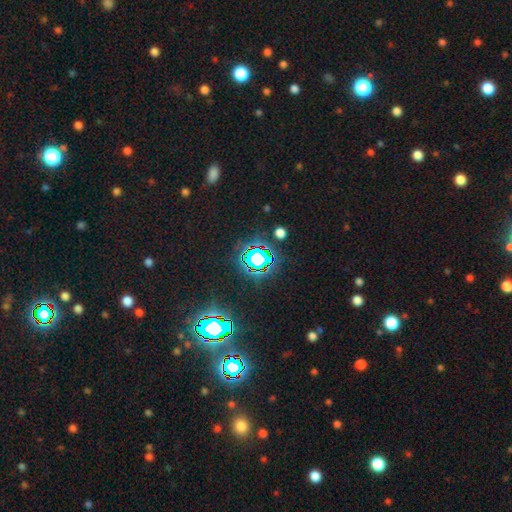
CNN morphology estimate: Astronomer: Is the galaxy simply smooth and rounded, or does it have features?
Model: star or artifact — 66%.